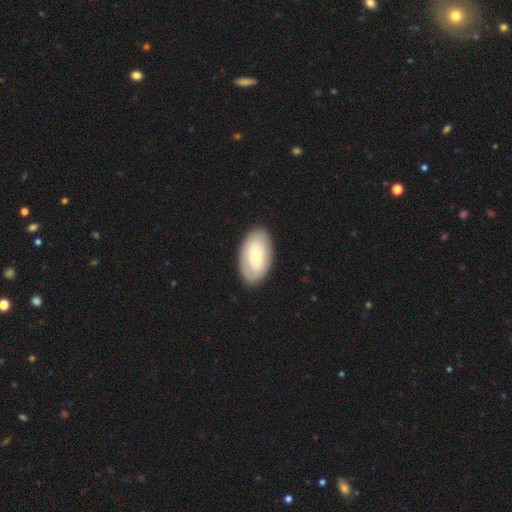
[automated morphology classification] Smooth or featured: smooth — 60% (featured or disk — 34%)
How rounded: in between — 92% (round — 6%)
Merging: none — 86% (minor disturbance — 10%)